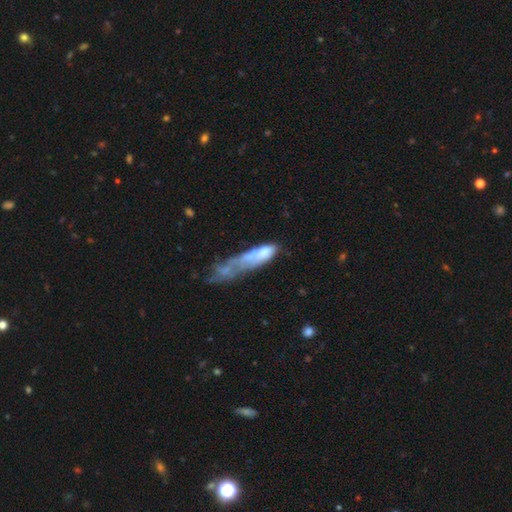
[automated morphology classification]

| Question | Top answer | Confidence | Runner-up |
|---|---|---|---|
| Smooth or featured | smooth | 45% | featured or disk (43%) |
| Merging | major disturbance | 32% | merger (27%) |